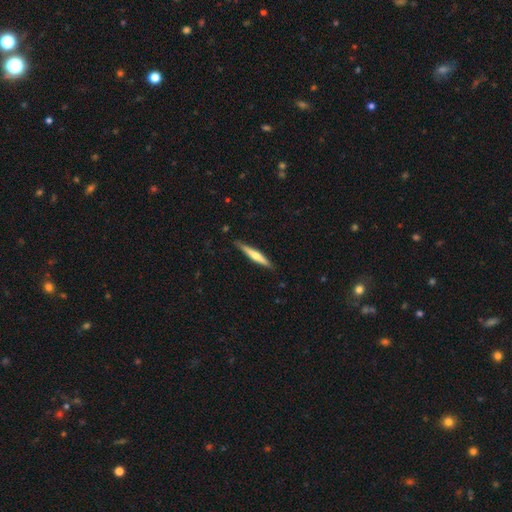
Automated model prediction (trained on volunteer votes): Q: Smooth or featured?
A: featured or disk (53%); runner-up: smooth (41%)
Q: Edge-on disk?
A: yes (96%); runner-up: no (4%)
Q: Edge-on bulge?
A: rounded (81%); runner-up: none (13%)
Q: Merging?
A: none (86%); runner-up: minor disturbance (11%)